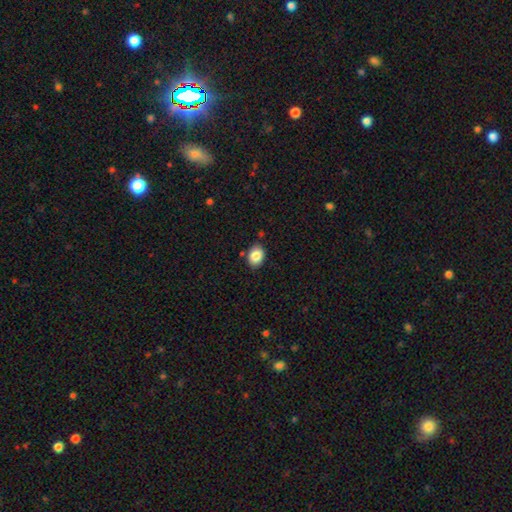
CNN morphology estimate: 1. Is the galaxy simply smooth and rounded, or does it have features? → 85% smooth, 8% star or artifact, 7% featured or disk.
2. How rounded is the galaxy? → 70% in between, 29% round, 1% cigar-shaped.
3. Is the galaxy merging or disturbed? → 83% none, 12% minor disturbance, 3% merger, 2% major disturbance.